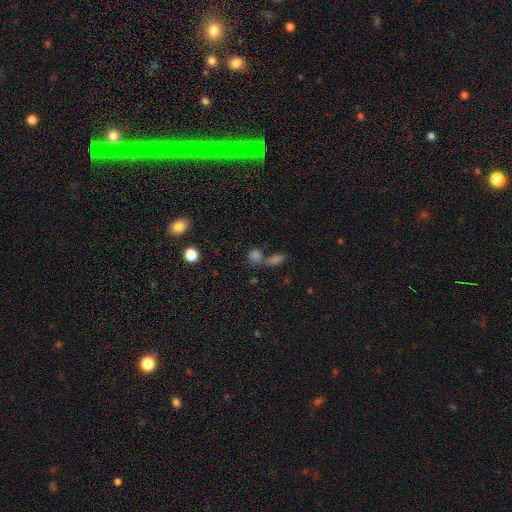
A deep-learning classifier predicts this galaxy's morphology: type=smooth (72%); roundness=round (53%); merging=merger (49%).